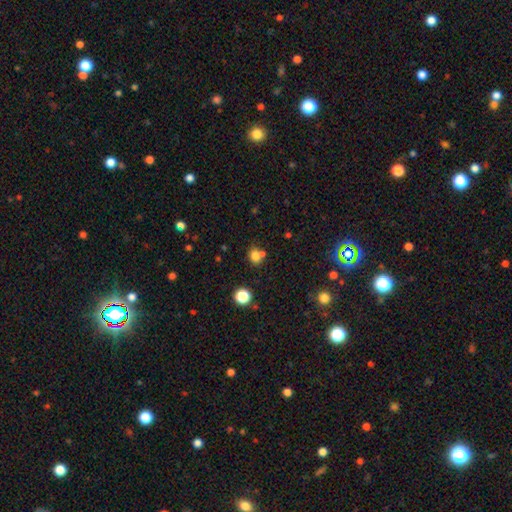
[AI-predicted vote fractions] The model was most divided on "merging": none: 57%, merger: 27%, minor disturbance: 12%, major disturbance: 4%. More confident: smooth or featured — smooth (77%); how rounded — round (69%).